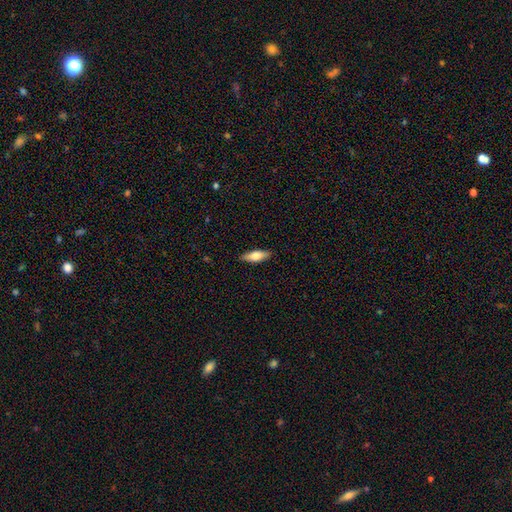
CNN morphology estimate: type=smooth (69%); roundness=in between (61%); merging=none (88%).